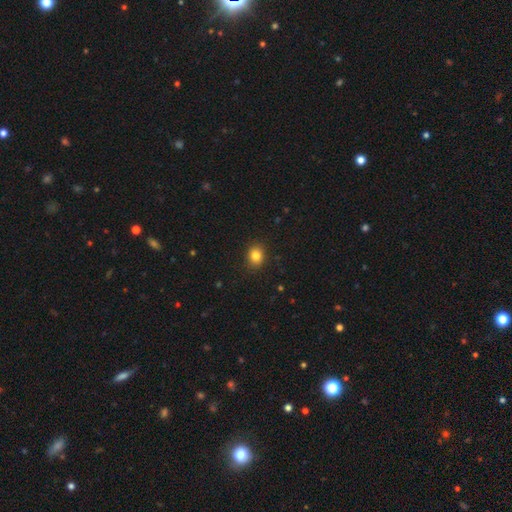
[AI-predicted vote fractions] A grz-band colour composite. It shows a smooth galaxy with no disk features (83%) that is round (62%). Merging: none (89%).